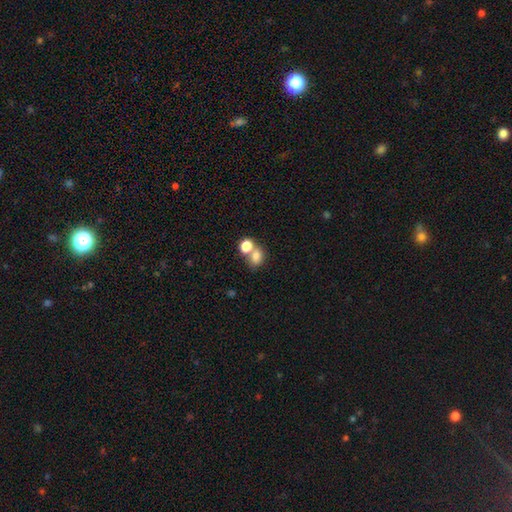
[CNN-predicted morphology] A smooth galaxy with no disk features (77%) that is in between round and cigar-shaped (51%).

Vote fractions:
- Smooth or featured? smooth: 77% / star or artifact: 14% / featured or disk: 9%
- How rounded? in between: 51% / round: 48% / cigar-shaped: 1%
- Merging? none: 44% / merger: 43% / minor disturbance: 9% / major disturbance: 4%